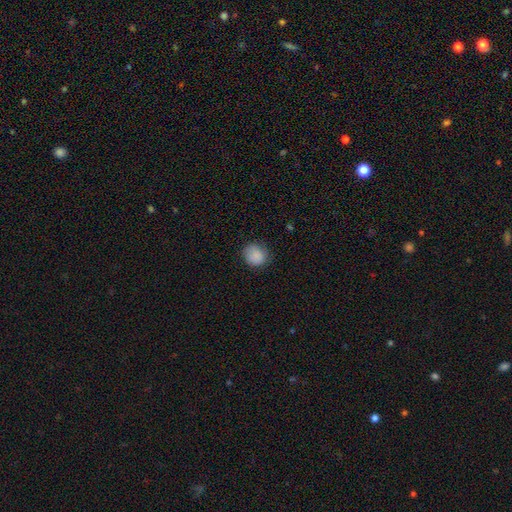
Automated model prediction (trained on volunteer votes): Morphology: type=smooth (87%); roundness=round (80%); merging=none (77%).